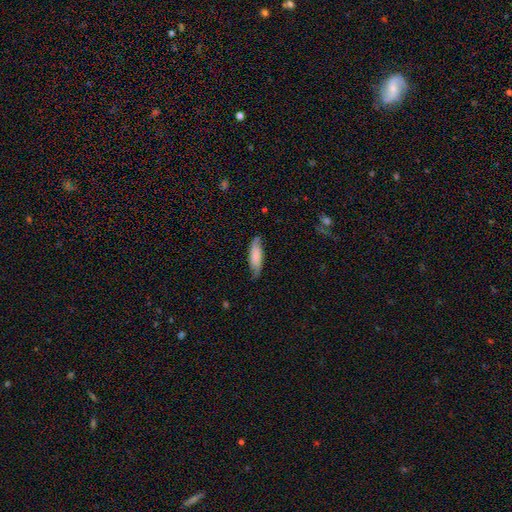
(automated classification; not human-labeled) smooth_or_featured: smooth (p=0.68) [alt: featured or disk p=0.26]
how_rounded: in between (p=0.49) [tied with: cigar-shaped p=0.49]
merging: none (p=0.72) [alt: minor disturbance p=0.22]